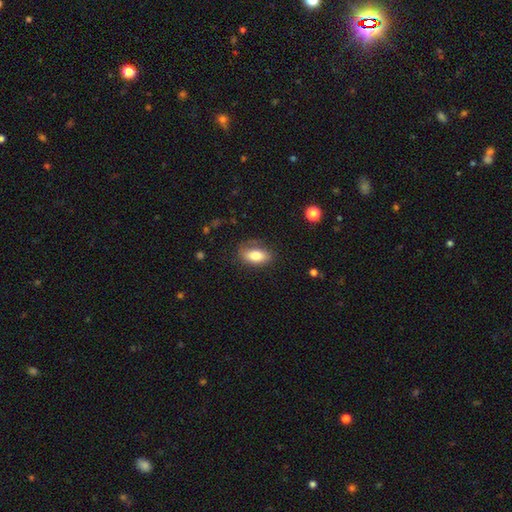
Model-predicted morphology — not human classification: Smooth or featured?
  - smooth: 76% *
  - featured or disk: 16%
  - star or artifact: 7%
How rounded?
  - in between: 87% *
  - cigar-shaped: 7%
  - round: 6%
Merging?
  - none: 71% *
  - minor disturbance: 20%
  - major disturbance: 7%
  - merger: 2%